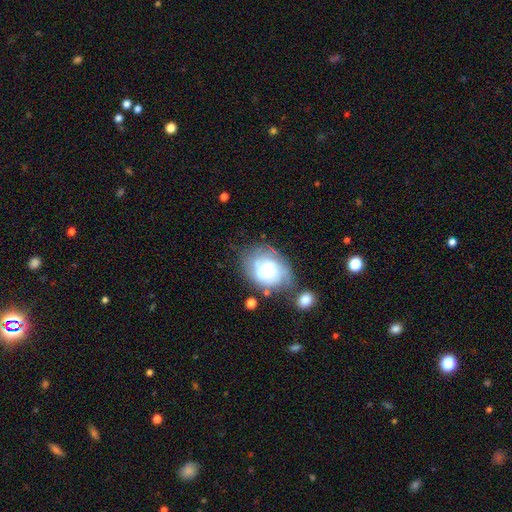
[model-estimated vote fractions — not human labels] Smooth or featured?
  - featured or disk: 55% *
  - smooth: 35%
  - star or artifact: 10%
Edge-on disk?
  - no: 96% *
  - yes: 4%
Bar?
  - no: 79% *
  - weak: 17%
  - strong: 4%
Spiral arms?
  - yes: 74% *
  - no: 26%
Bulge size?
  - moderate: 42% *
  - small: 34%
  - large: 17%
  - none: 4%
  - dominant: 4%
Merging?
  - none: 56% *
  - minor disturbance: 23%
  - major disturbance: 11%
  - merger: 10%